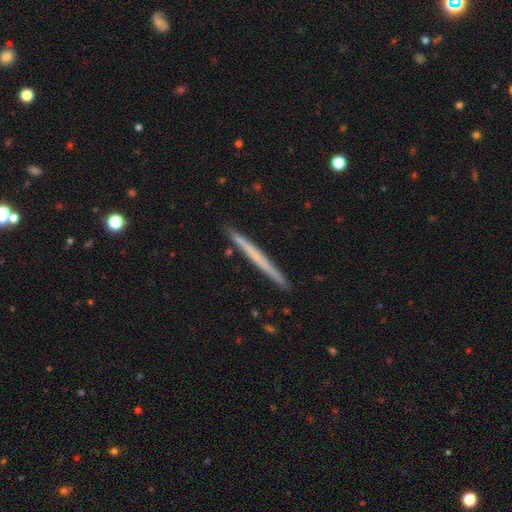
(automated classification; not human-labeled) Q: Smooth or featured?
A: smooth (50%); runner-up: featured or disk (45%)
Q: Merging?
A: none (91%); runner-up: minor disturbance (6%)